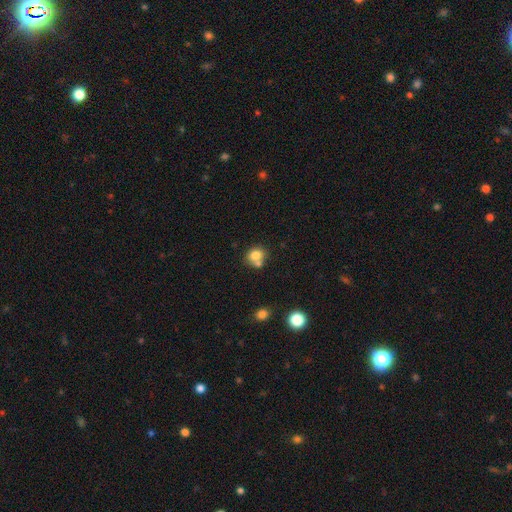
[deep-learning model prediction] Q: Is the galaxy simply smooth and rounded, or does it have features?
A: smooth — 77%.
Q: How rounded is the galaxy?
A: round — 72%.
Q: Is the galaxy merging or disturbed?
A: none — 48%.